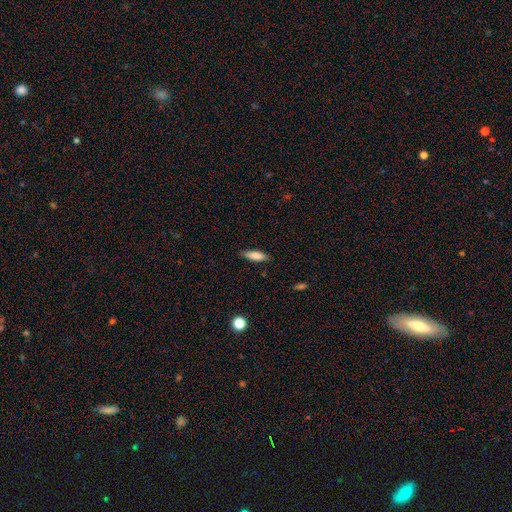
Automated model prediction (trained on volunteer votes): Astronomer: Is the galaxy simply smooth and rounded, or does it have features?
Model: smooth — 79%.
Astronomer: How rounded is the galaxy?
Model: cigar-shaped — 56% (runner-up: in between, 42%).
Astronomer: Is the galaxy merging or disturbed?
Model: none — 85%.